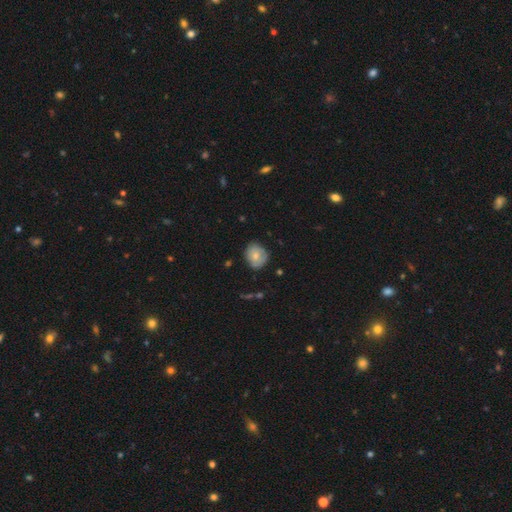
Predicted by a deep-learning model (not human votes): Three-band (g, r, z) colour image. It shows a smooth galaxy with no disk features (69%) that is round (75%). Merging: none (72%).